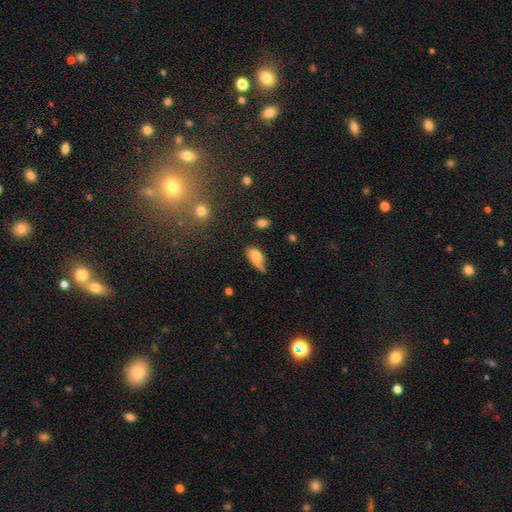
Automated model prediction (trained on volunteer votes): smooth_or_featured: smooth (p=0.65) [alt: featured or disk p=0.26]
how_rounded: in between (p=0.85) [alt: cigar-shaped p=0.08]
merging: minor disturbance (p=0.32) [alt: none p=0.30]